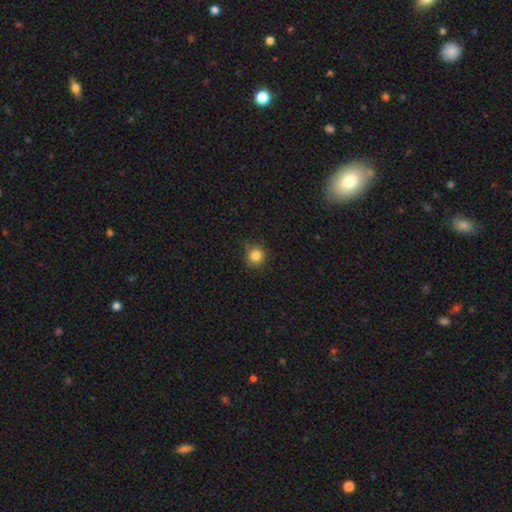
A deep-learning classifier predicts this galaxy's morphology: Smooth or featured: smooth — 84% (star or artifact — 12%)
How rounded: round — 92% (in between — 7%)
Merging: none — 82% (minor disturbance — 14%)